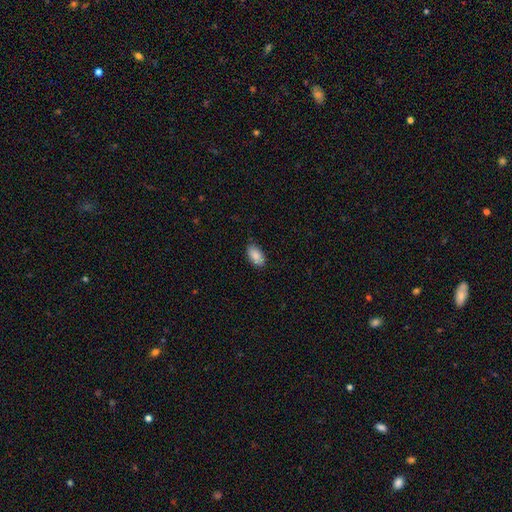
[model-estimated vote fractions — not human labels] smooth-or-featured: smooth: 88% | star or artifact: 7% | featured or disk: 6%
  how-rounded: in between: 94% | round: 3% | cigar-shaped: 3%
  merging: none: 85% | minor disturbance: 11% | major disturbance: 2% | merger: 1%